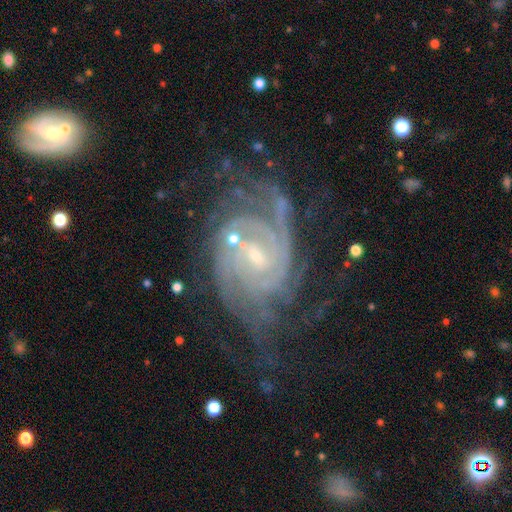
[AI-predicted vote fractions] A featured or disk galaxy (90%) with a weak bar (52%), tight (62%) spiral arms (98%) and a small central bulge (73%).

Vote fractions:
- Smooth or featured? featured or disk: 90% / star or artifact: 6% / smooth: 4%
- Edge-on disk? no: 97% / yes: 3%
- Bar? weak: 52% / no: 27% / strong: 21%
- Spiral arms? yes: 98% / no: 2%
- Spiral winding? tight: 62% / medium: 31% / loose: 7%
- Spiral arm count? can't tell: 25% / 2: 23% / 3: 18% / 4: 17% / more than 4: 10% / 1: 7%
- Bulge size? small: 73% / moderate: 21% / none: 4% / large: 2% / dominant: 1%
- Merging? none: 58% / minor disturbance: 20% / major disturbance: 17% / merger: 5%